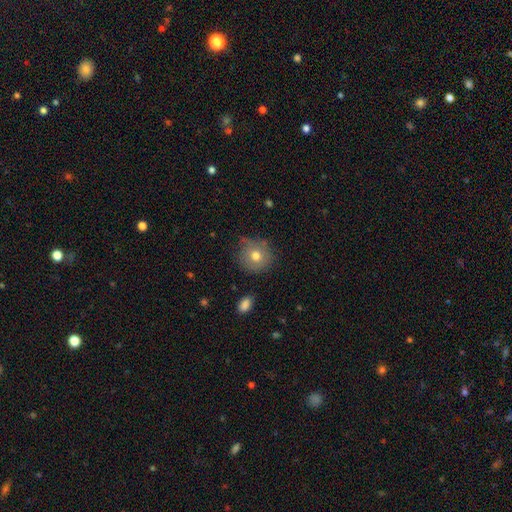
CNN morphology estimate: type=smooth (73%); roundness=round (91%); merging=none (71%).